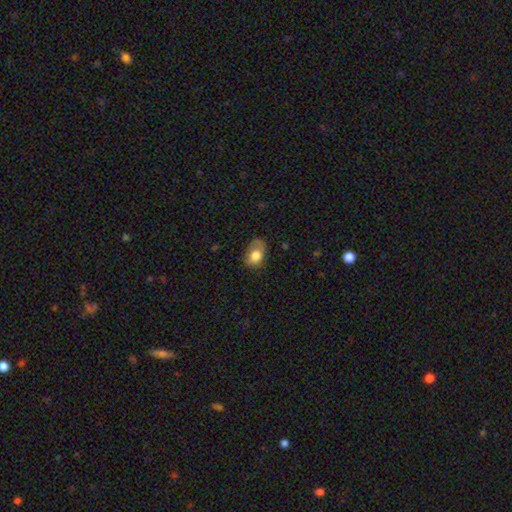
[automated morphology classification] smooth 75%, featured or disk 17%, star or artifact 8%. Down the decision tree: how rounded — in between (70%); merging — none (53%).